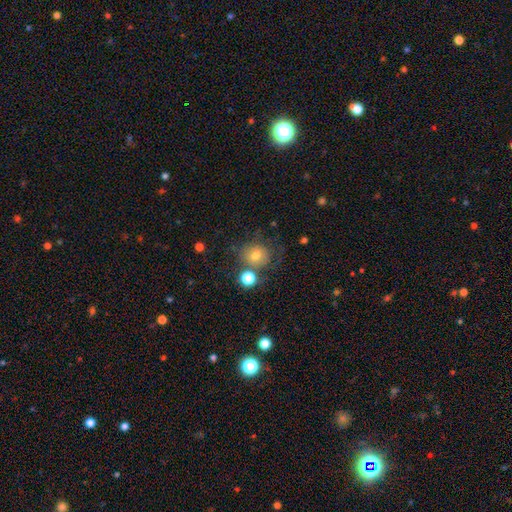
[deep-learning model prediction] This is likely a smooth galaxy (69%). How rounded: clearly round (84%). Merging: likely none (62%).